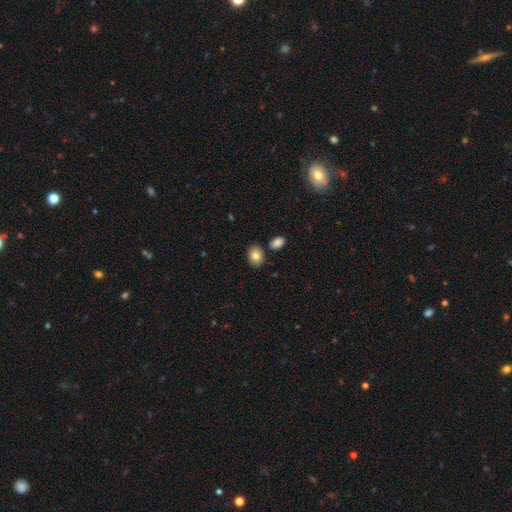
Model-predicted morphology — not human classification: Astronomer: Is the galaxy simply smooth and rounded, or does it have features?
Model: smooth — 83%.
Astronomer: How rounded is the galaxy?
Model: in between — 59% (runner-up: round, 40%).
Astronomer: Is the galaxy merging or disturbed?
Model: none — 81%.